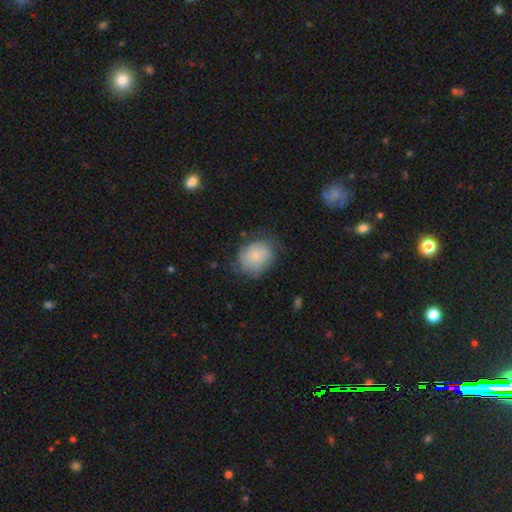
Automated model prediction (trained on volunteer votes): Smooth or featured: smooth — 56% (featured or disk — 36%)
How rounded: round — 56% (in between — 43%)
Merging: none — 64% (minor disturbance — 25%)